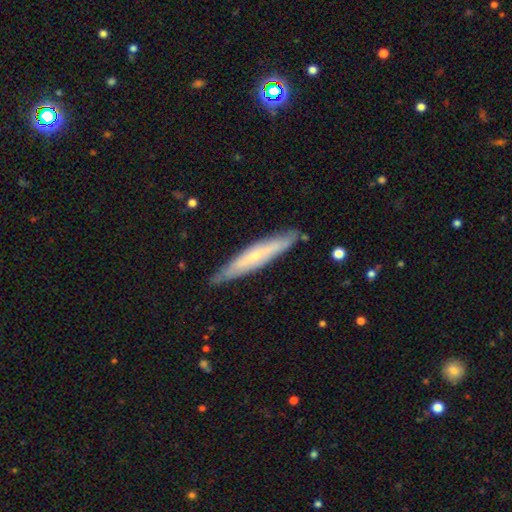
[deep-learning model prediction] featured or disk 56%, smooth 38%, star or artifact 6%. Down the decision tree: edge-on disk — yes (77%); merging — none (83%).